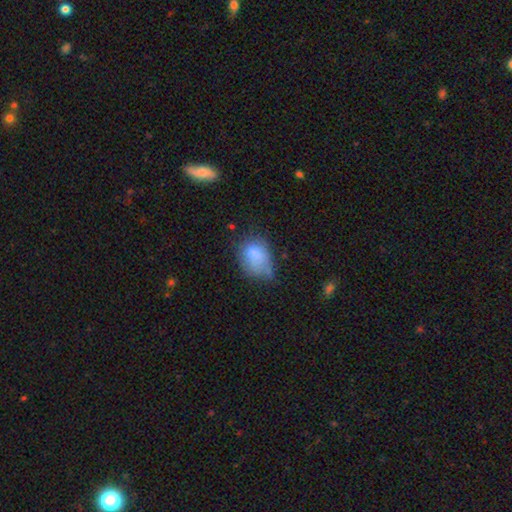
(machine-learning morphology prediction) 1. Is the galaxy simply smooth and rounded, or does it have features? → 76% smooth, 15% featured or disk, 10% star or artifact.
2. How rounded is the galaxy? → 64% in between, 34% round, 1% cigar-shaped.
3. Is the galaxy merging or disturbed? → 37% none (tied), 37% minor disturbance (tied), 18% major disturbance, 8% merger.